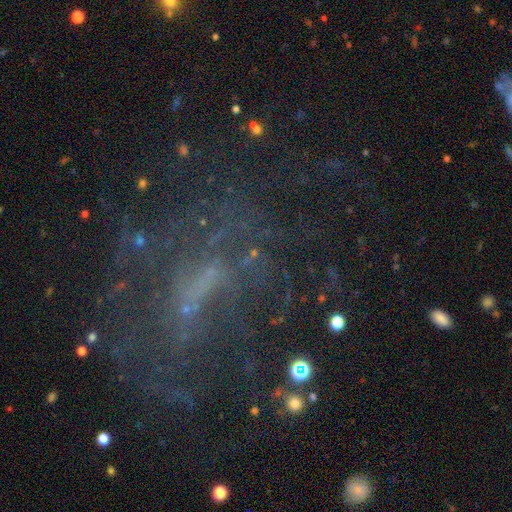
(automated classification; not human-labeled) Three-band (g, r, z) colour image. It shows a featured or disk galaxy (56%) with no bar (44%), no spiral arms (65%) and no central bulge (47%). Merging: none (55%).